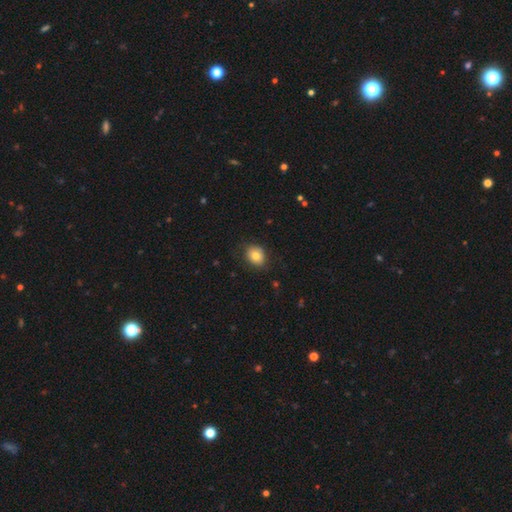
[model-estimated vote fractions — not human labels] smooth 81%, featured or disk 10%, star or artifact 9%. Down the decision tree: how rounded — round (52%); merging — none (82%).